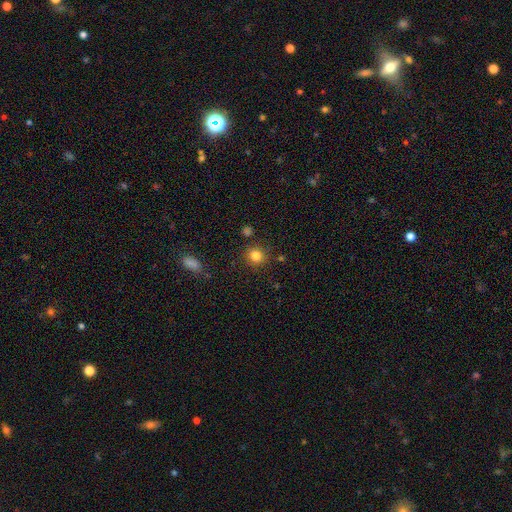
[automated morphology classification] smooth 82%, star or artifact 12%, featured or disk 6%. Down the decision tree: how rounded — round (87%); merging — none (86%).